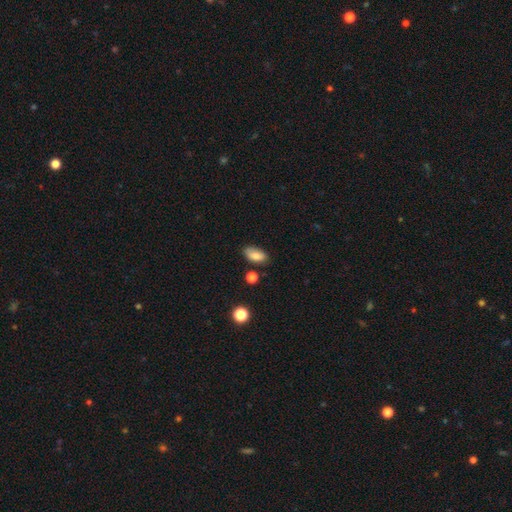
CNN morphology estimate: The model was most divided on "merging": none: 76%, minor disturbance: 17%, major disturbance: 3%, merger: 3%. More confident: how rounded — in between (91%); smooth or featured — smooth (80%).